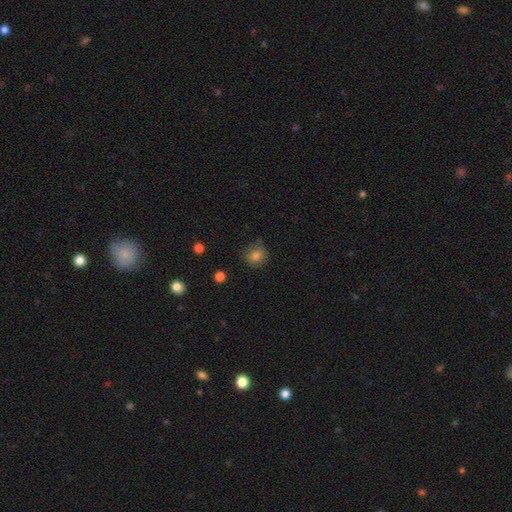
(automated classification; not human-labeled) Morphology: type=smooth (82%); roundness=round (77%); merging=none (75%).